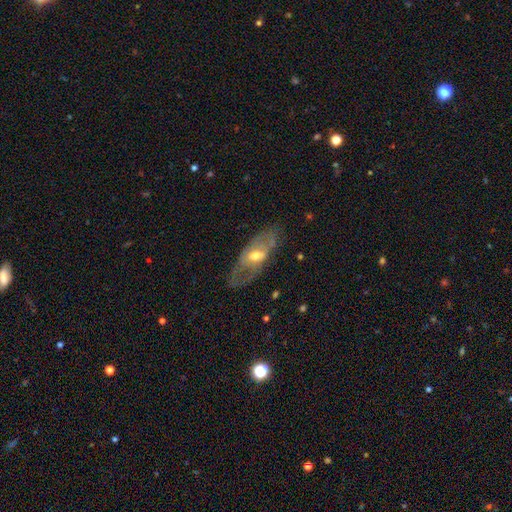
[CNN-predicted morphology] Smooth or featured? Predicted: featured or disk (p=0.65). Edge-on disk? Predicted: no (p=0.81). Bar? Predicted: weak (p=0.41). Spiral arms? Predicted: no (p=0.54). Bulge size? Predicted: moderate (p=0.60). Merging? Predicted: none (p=0.65).